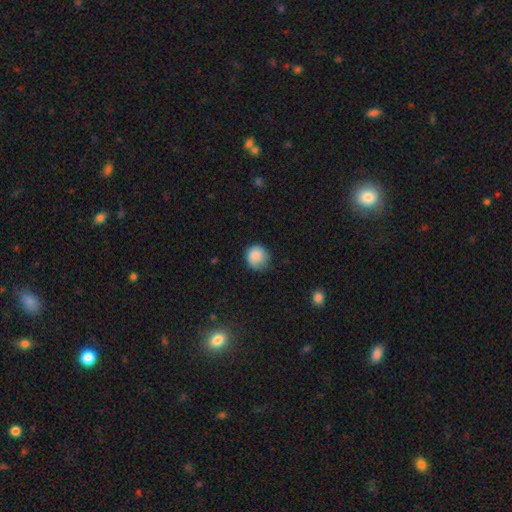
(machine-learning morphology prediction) smooth 83%, featured or disk 9%, star or artifact 8%. Down the decision tree: how rounded — round (88%); merging — none (66%).